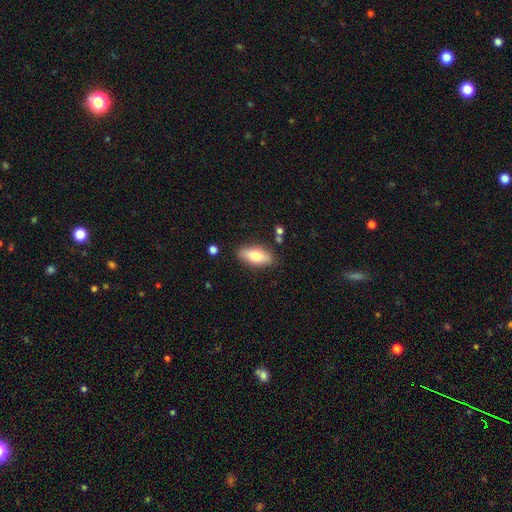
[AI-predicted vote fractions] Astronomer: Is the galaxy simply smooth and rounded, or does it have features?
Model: smooth — 73%.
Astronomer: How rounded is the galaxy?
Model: in between — 80%.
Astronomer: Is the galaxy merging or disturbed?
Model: none — 85%.